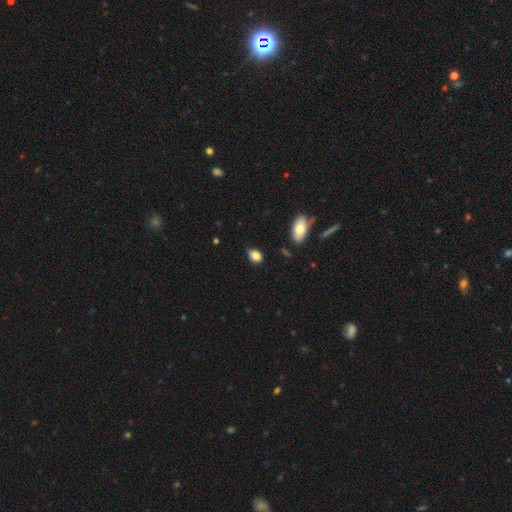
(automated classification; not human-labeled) Overall: smooth (85%). How rounded: in between (78%). Merging: none (77%).